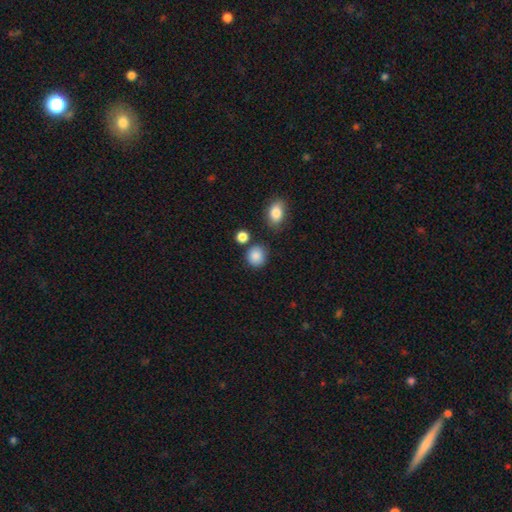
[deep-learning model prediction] Smooth or featured? Predicted: smooth (p=0.86). How rounded? Predicted: round (p=0.82). Merging? Predicted: none (p=0.77).